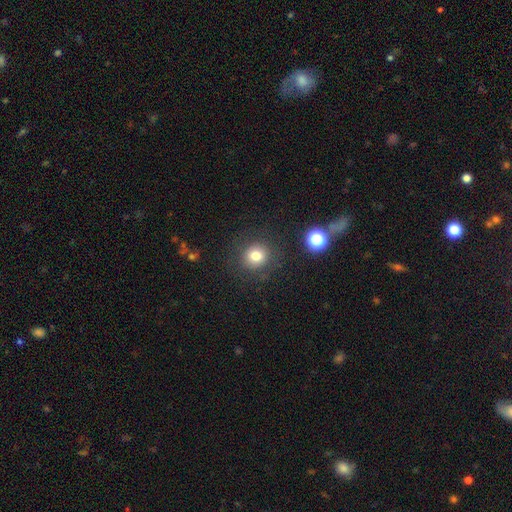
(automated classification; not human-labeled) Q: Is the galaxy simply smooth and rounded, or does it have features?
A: smooth — 77%.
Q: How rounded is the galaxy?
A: round — 88%.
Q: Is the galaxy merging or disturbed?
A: none — 86%.